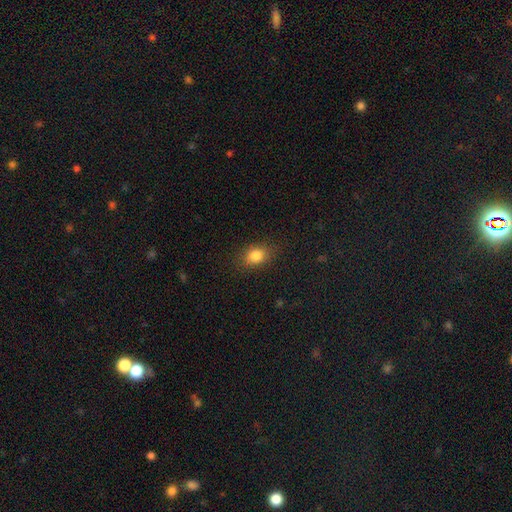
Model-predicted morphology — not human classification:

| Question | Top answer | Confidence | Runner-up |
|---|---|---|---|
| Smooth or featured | smooth | 83% | star or artifact (10%) |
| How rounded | in between | 66% | round (32%) |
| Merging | none | 84% | minor disturbance (12%) |